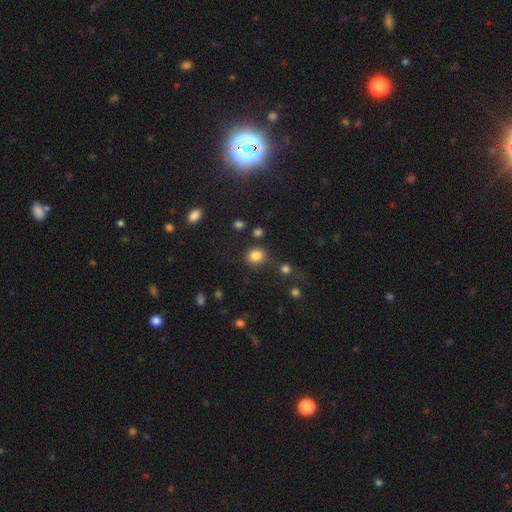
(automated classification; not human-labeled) smooth-or-featured: smooth: 83% | star or artifact: 12% | featured or disk: 5%
  how-rounded: round: 82% | in between: 17% | cigar-shaped: 1%
  merging: none: 76% | minor disturbance: 12% | merger: 8% | major disturbance: 5%